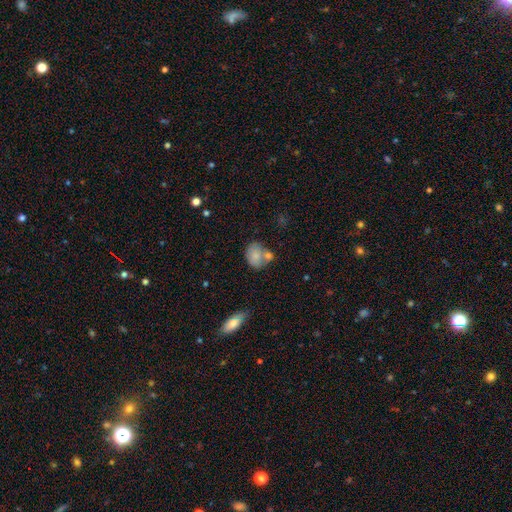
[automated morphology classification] Smooth or featured? Predicted: smooth (p=0.79). How rounded? Predicted: in between (p=0.57). Merging? Predicted: none (p=0.44).